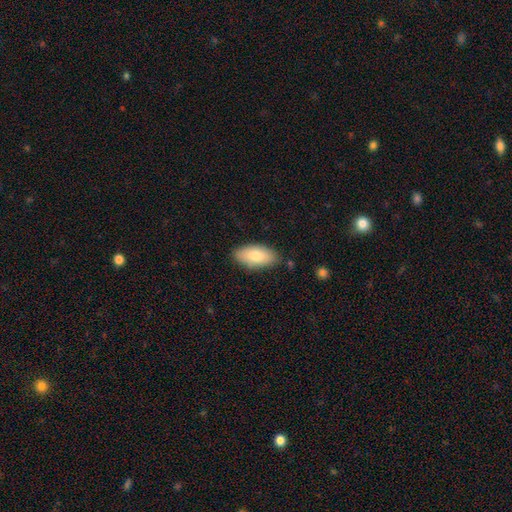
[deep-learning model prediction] Morphology: type=smooth (80%); roundness=in between (91%); merging=none (82%).